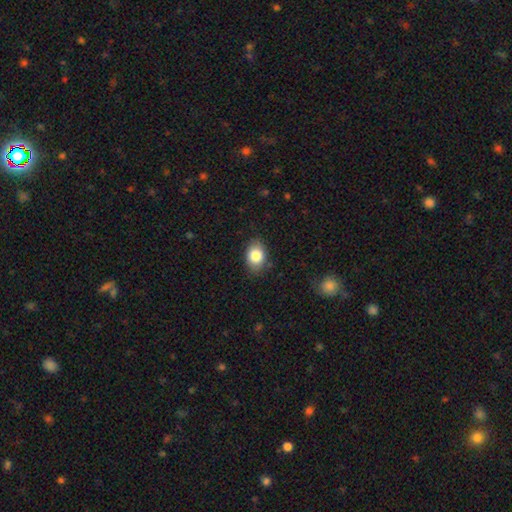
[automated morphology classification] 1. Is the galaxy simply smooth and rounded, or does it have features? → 84% smooth, 8% star or artifact, 8% featured or disk.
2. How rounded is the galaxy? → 74% in between, 25% round, 1% cigar-shaped.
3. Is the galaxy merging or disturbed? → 81% none, 15% minor disturbance, 3% major disturbance, 1% merger.